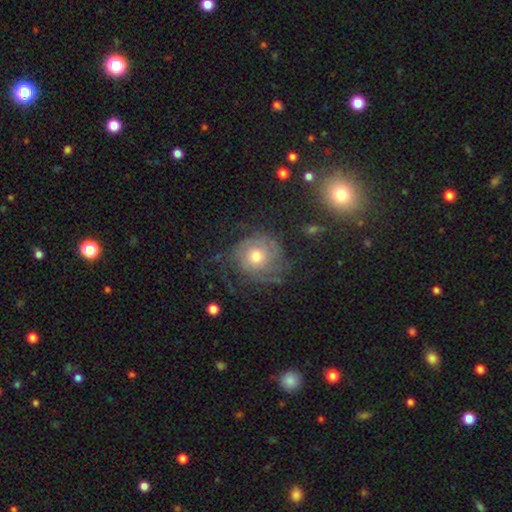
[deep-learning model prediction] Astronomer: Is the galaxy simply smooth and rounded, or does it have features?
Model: featured or disk — 68%.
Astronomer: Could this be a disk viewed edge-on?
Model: no — 97%.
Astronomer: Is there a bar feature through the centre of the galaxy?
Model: no — 84%.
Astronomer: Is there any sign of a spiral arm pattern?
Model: yes — 88%.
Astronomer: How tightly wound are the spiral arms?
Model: tight — 59%.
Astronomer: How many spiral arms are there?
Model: can't tell — 41% (runner-up: 3, 19%).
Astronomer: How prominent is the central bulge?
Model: moderate — 65%.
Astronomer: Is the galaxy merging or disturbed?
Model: none — 64%.